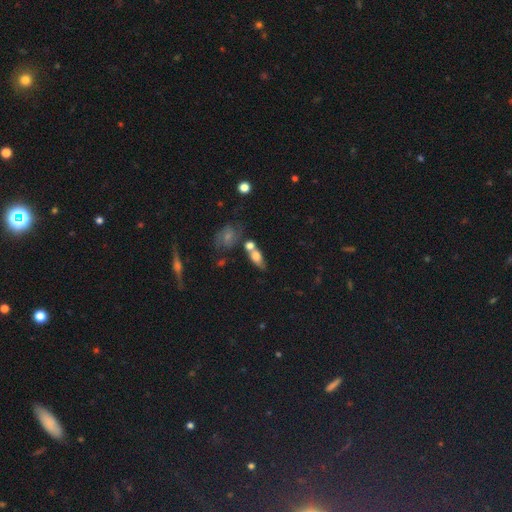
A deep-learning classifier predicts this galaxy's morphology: The model was most divided on "merging": none: 42%, merger: 33%, minor disturbance: 17%, major disturbance: 8%. More confident: how rounded — in between (71%); smooth or featured — smooth (65%).